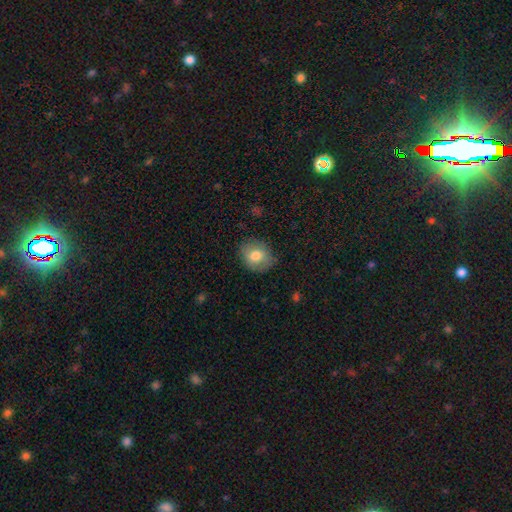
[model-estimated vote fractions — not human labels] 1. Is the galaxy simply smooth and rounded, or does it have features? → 77% smooth, 15% featured or disk, 8% star or artifact.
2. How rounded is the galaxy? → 61% round, 38% in between, 1% cigar-shaped.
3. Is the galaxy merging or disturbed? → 83% none, 13% minor disturbance, 3% major disturbance, 1% merger.